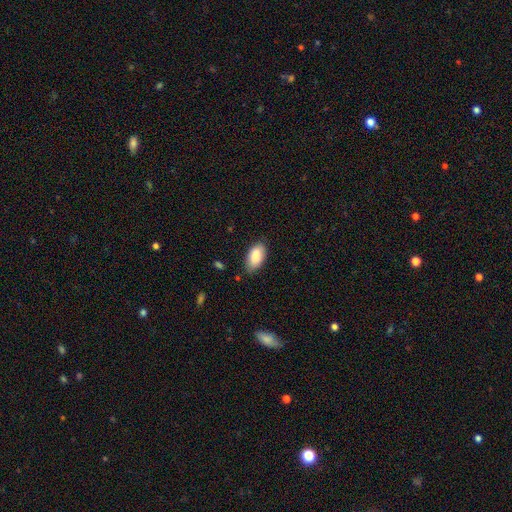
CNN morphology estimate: type=smooth (87%); roundness=in between (94%); merging=none (78%).